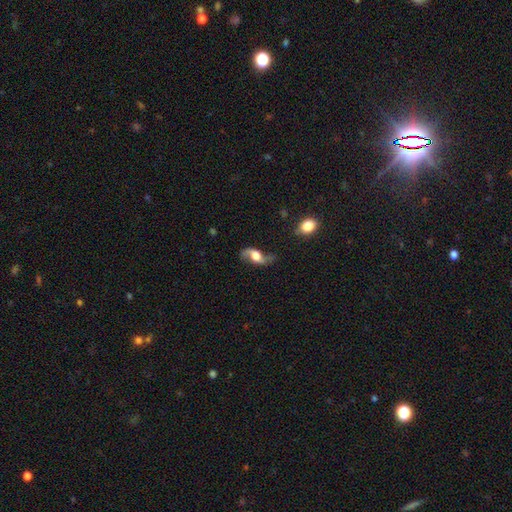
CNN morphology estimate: type=featured or disk (75%); edge-on=no (89%); bar=no (55%); spiral arms=yes (91%); winding=loose (84%); arm count=2 (93%); bulge=large (46%); merging=none (68%).